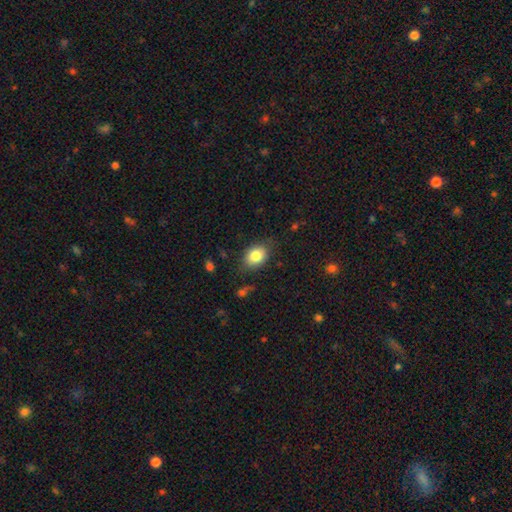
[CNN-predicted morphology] type=smooth (82%); roundness=in between (75%); merging=none (78%).